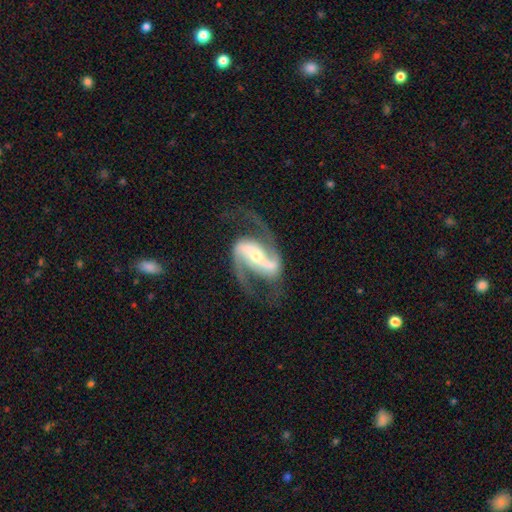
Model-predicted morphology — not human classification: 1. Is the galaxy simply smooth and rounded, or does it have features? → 92% featured or disk, 5% star or artifact, 3% smooth.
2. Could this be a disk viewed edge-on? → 97% no, 3% yes.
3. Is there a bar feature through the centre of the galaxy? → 62% strong, 26% weak, 12% no.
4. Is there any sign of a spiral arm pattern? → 98% yes, 2% no.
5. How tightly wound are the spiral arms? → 55% medium, 31% loose, 13% tight.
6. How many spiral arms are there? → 94% 2, 2% 1, 1% can't tell, 1% 3, 1% 4, 1% more than 4.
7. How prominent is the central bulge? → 49% small, 43% moderate, 4% large, 2% none, 1% dominant.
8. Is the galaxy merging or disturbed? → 76% none, 13% minor disturbance, 10% major disturbance, 2% merger.